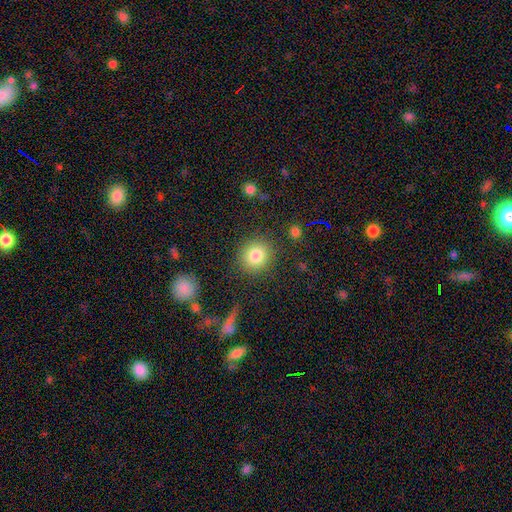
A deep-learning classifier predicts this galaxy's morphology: Smooth or featured? smooth (82%)
How rounded? round (90%)
Merging? none (87%)